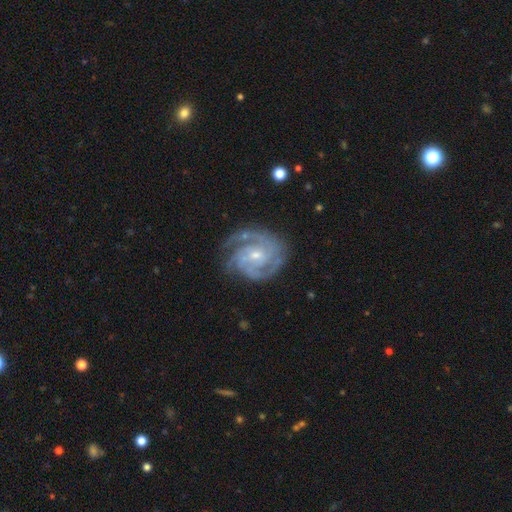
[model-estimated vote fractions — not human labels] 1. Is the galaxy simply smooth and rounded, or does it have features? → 91% featured or disk, 4% smooth, 4% star or artifact.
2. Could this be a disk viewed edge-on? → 98% no, 2% yes.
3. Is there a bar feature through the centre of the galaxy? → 55% no, 36% weak, 9% strong.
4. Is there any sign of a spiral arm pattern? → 98% yes, 2% no.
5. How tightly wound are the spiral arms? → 66% tight, 30% medium, 4% loose.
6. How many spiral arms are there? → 39% 3, 29% 2, 12% can't tell, 9% 4, 5% 1, 5% more than 4.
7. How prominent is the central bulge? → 66% small, 30% moderate, 2% none, 1% large, 1% dominant.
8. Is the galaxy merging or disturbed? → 74% none, 18% minor disturbance, 7% major disturbance, 2% merger.